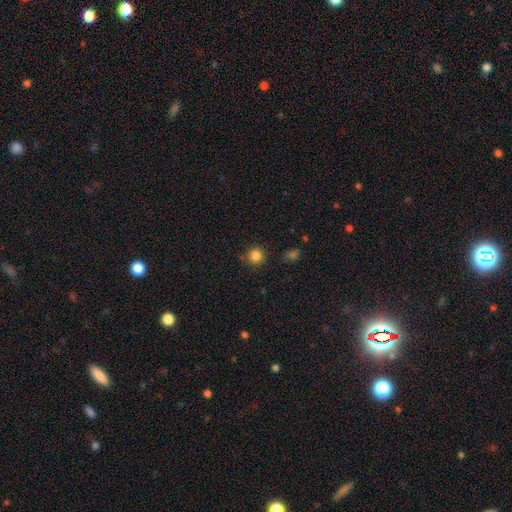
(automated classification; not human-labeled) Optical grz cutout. It shows a smooth galaxy with no disk features (84%) that is round (93%). Merging: none (85%).